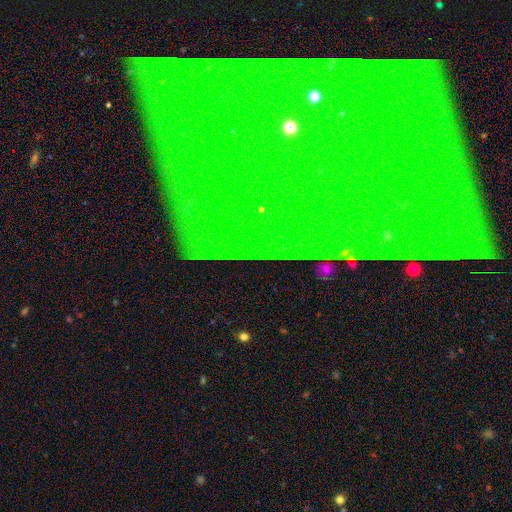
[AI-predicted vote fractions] Smooth or featured? Predicted: star or artifact (p=0.77).